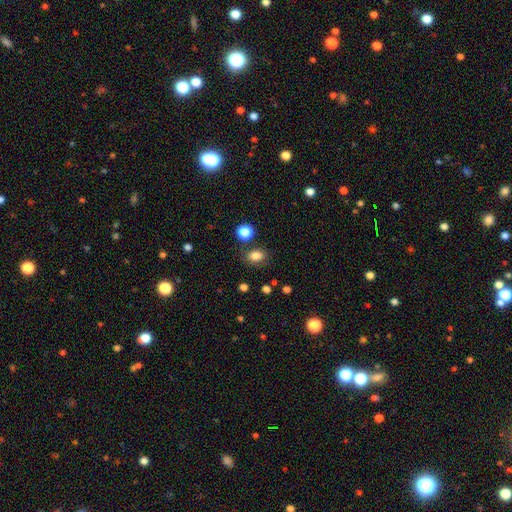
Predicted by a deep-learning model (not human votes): This is clearly a smooth galaxy (83%). How rounded: likely in between (66%). Merging: likely none (79%).